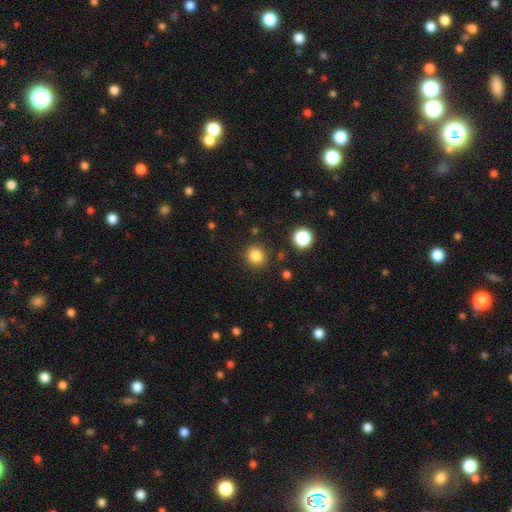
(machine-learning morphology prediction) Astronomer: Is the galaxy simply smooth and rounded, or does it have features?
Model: smooth — 83%.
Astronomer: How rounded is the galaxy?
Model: round — 83%.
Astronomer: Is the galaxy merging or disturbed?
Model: none — 87%.